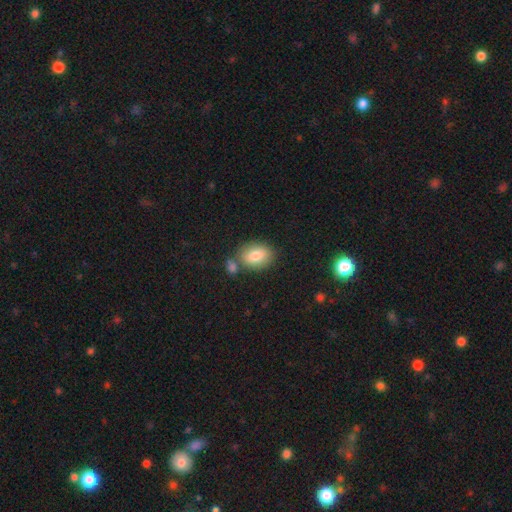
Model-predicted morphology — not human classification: Smooth or featured: smooth — 81% (featured or disk — 12%)
How rounded: in between — 72% (round — 26%)
Merging: none — 67% (merger — 17%)